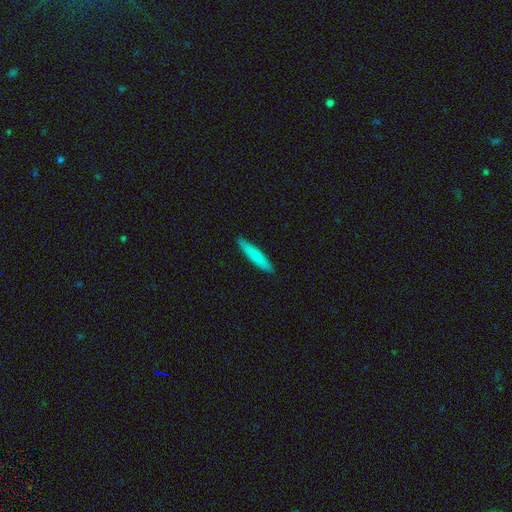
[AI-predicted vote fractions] smooth 80%, featured or disk 14%, star or artifact 6%. Down the decision tree: how rounded — cigar-shaped (87%); merging — none (87%).